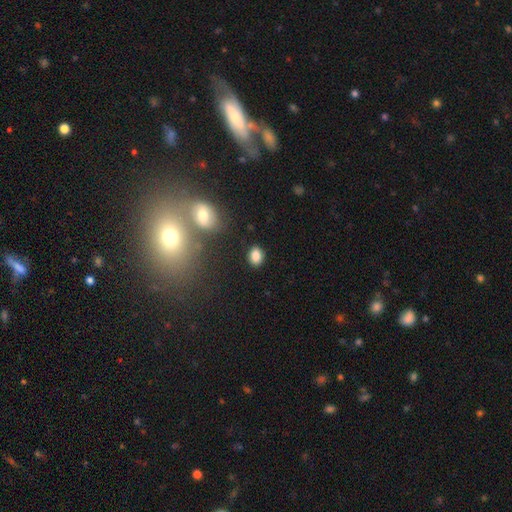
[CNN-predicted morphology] Smooth or featured: smooth — 84% (star or artifact — 10%)
How rounded: in between — 67% (round — 32%)
Merging: none — 84% (minor disturbance — 10%)